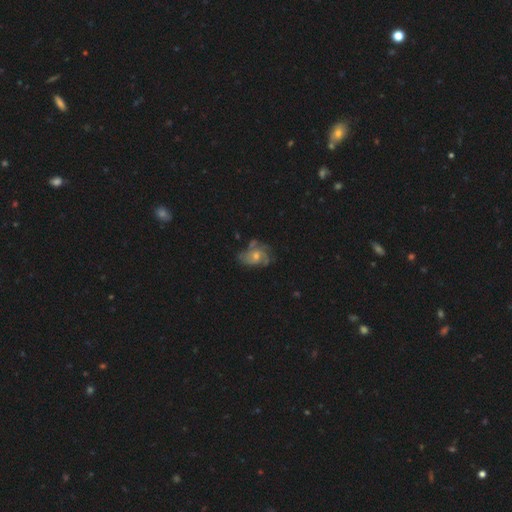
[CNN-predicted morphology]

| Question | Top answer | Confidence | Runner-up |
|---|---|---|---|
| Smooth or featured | featured or disk | 65% | smooth (23%) |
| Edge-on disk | no | 97% | yes (3%) |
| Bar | no | 76% | weak (21%) |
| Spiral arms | yes | 82% | no (18%) |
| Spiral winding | medium | 45% | tight (34%) |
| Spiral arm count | can't tell | 33% | 3 (28%) |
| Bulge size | moderate | 56% | small (36%) |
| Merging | none | 59% | minor disturbance (23%) |